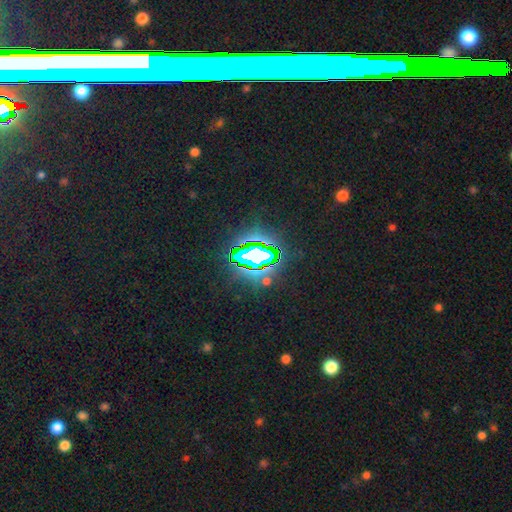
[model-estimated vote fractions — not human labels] Q: Smooth or featured?
A: star or artifact (77%); runner-up: smooth (12%)